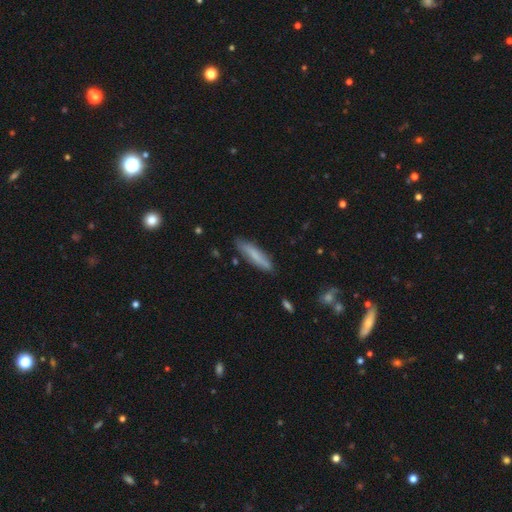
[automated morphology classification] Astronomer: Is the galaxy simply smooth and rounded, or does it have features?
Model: smooth — 71%.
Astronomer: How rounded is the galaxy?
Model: cigar-shaped — 85%.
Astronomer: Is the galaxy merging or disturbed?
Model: none — 83%.